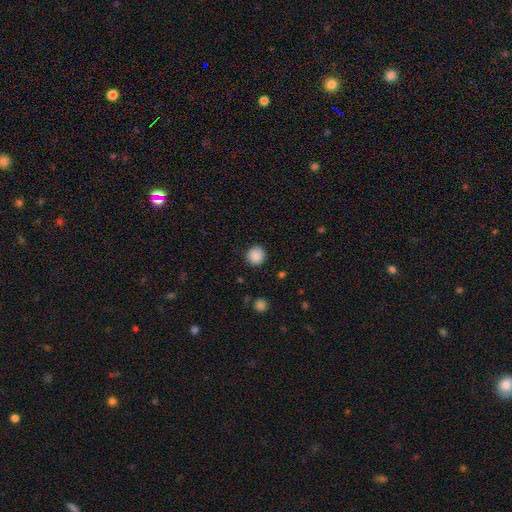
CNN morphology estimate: A smooth galaxy with no disk features (88%) that is round (93%).

Vote fractions:
- Smooth or featured? smooth: 88% / star or artifact: 9% / featured or disk: 3%
- How rounded? round: 93% / in between: 6% / cigar-shaped: 1%
- Merging? none: 88% / minor disturbance: 9% / major disturbance: 2% / merger: 1%